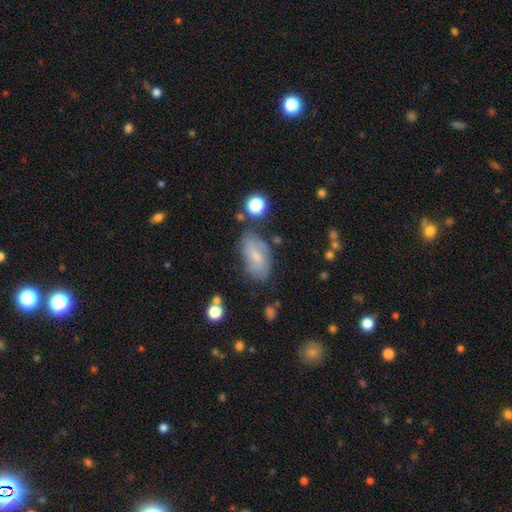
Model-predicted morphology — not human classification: Smooth or featured? smooth (50%)
Merging? none (62%)